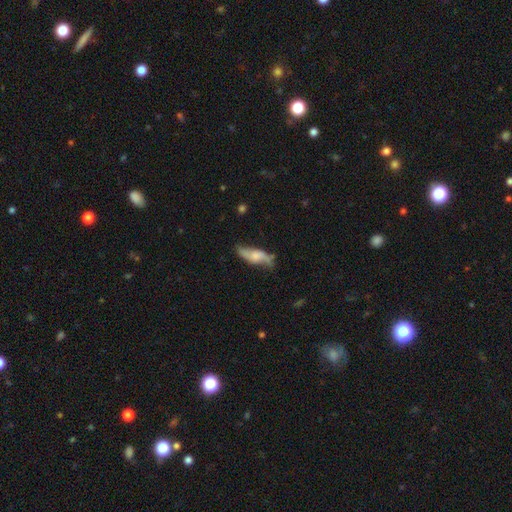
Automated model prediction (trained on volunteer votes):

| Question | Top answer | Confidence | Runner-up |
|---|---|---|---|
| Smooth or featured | featured or disk | 55% | smooth (38%) |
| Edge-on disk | no | 71% | yes (29%) |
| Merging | none | 60% | minor disturbance (27%) |